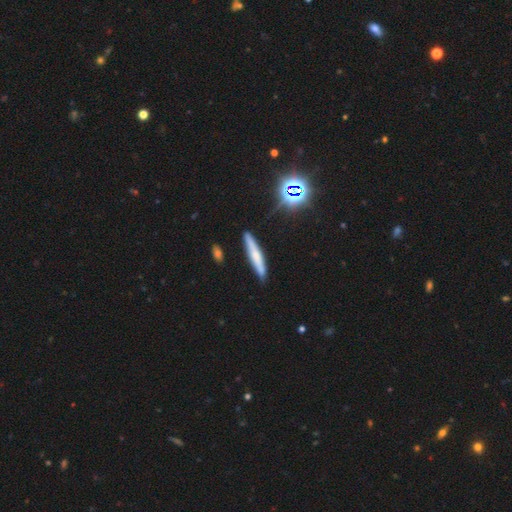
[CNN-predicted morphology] smooth-or-featured: smooth: 54% | featured or disk: 34% | star or artifact: 11%
  how-rounded: cigar-shaped: 92% | in between: 6% | round: 2%
  merging: none: 84% | minor disturbance: 12% | major disturbance: 2% | merger: 2%